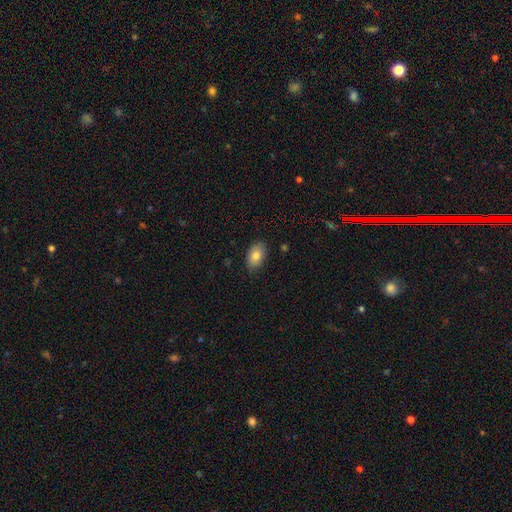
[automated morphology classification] The model was most divided on "smooth or featured": smooth: 82%, featured or disk: 10%, star or artifact: 7%. More confident: how rounded — in between (90%); merging — none (86%).